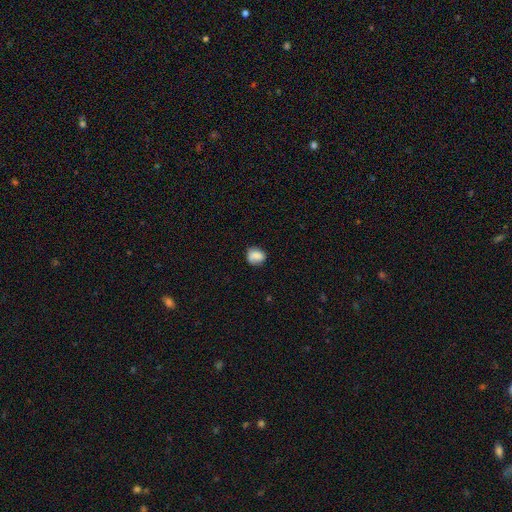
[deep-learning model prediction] This appears to be a smooth galaxy with no disk features (80%) that is round (62%). Merging: none (67%).